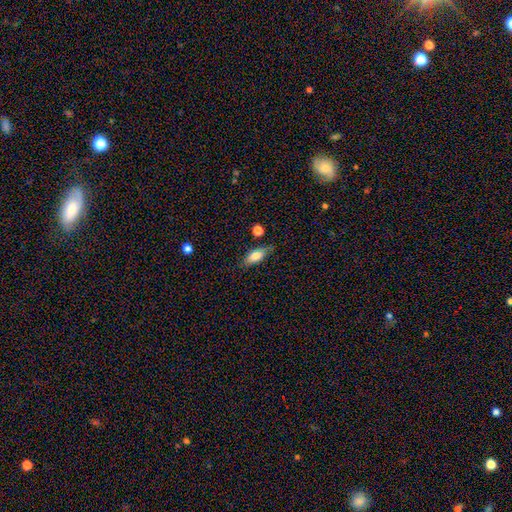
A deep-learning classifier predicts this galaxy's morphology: Smooth or featured? Predicted: smooth (p=0.75). How rounded? Predicted: in between (p=0.80). Merging? Predicted: none (p=0.69).